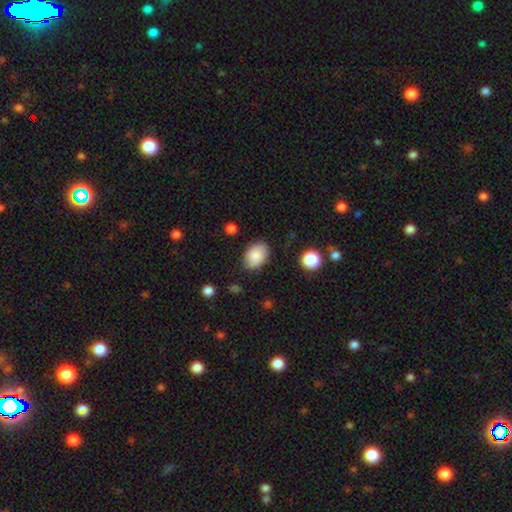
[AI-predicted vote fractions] smooth_or_featured: smooth (p=0.86) [alt: star or artifact p=0.08]
how_rounded: in between (p=0.79) [alt: round p=0.20]
merging: none (p=0.80) [alt: minor disturbance p=0.15]